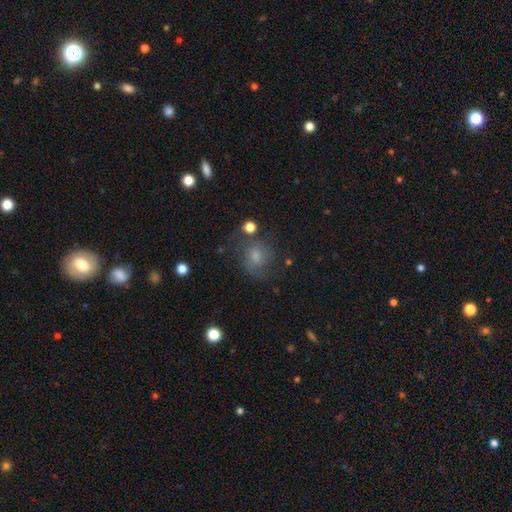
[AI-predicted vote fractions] smooth_or_featured: smooth (p=0.41) [alt: featured or disk p=0.35]
merging: none (p=0.67) [alt: minor disturbance p=0.17]